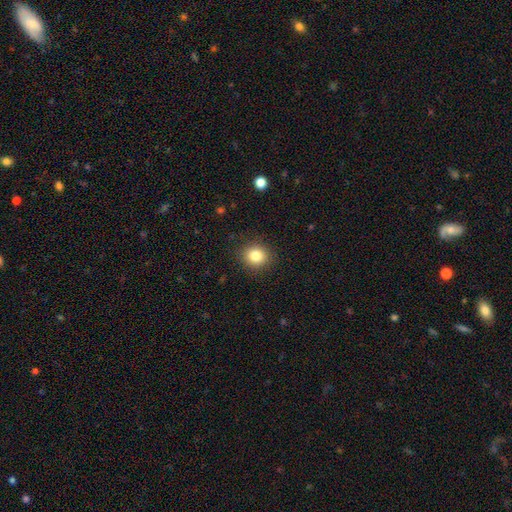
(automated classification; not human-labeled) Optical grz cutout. It shows a smooth galaxy with no disk features (83%) that is round (82%). Merging: none (90%).